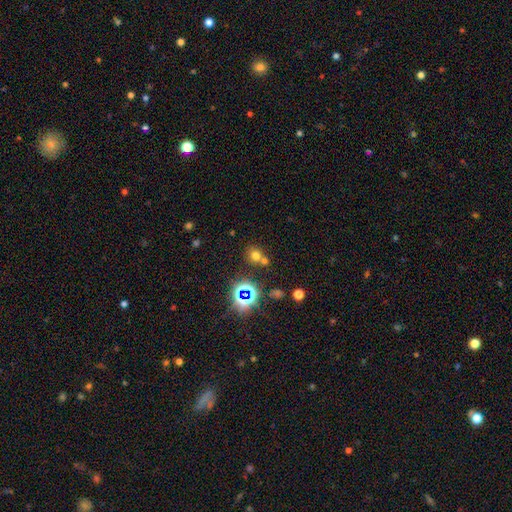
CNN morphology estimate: smooth_or_featured: smooth (p=0.61) [alt: star or artifact p=0.29]
how_rounded: round (p=0.77) [alt: in between p=0.22]
merging: none (p=0.58) [alt: merger p=0.30]